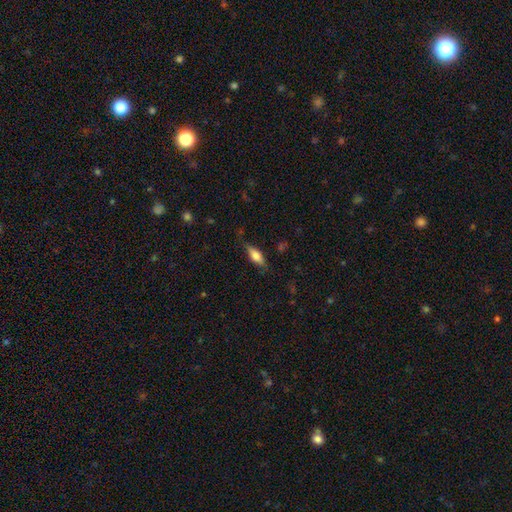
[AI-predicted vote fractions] Smooth or featured? Predicted: smooth (p=0.63). How rounded? Predicted: in between (p=0.66). Merging? Predicted: none (p=0.73).